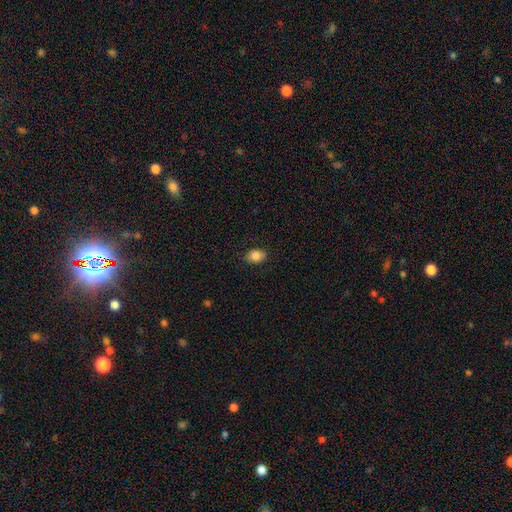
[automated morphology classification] A smooth galaxy with no disk features (84%) that is in between round and cigar-shaped (71%). Merging: none (83%).